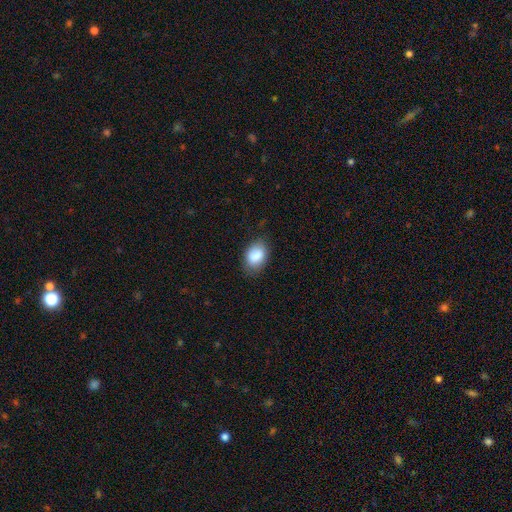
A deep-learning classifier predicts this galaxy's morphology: Smooth or featured: smooth — 86% (star or artifact — 8%)
How rounded: in between — 81% (round — 17%)
Merging: none — 75% (minor disturbance — 20%)